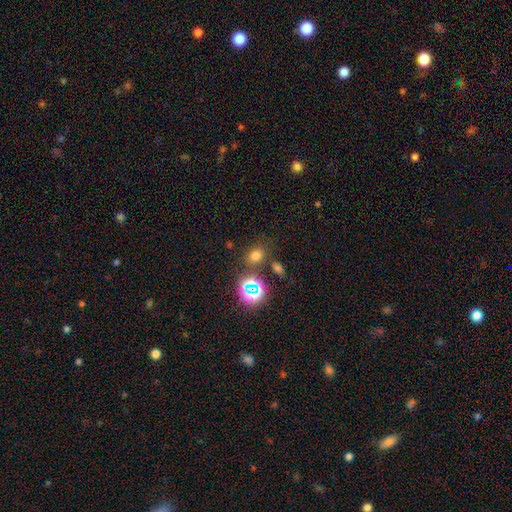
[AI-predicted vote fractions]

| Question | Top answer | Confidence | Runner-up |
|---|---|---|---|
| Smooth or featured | smooth | 68% | star or artifact (24%) |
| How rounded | in between | 55% | round (44%) |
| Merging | none | 75% | minor disturbance (11%) |